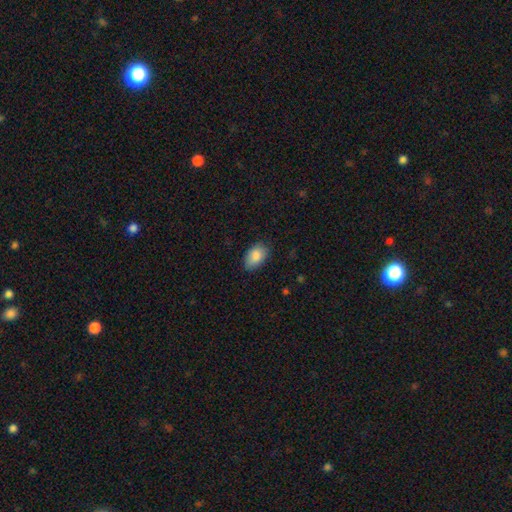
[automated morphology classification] This appears to be a smooth galaxy with no disk features (88%) that is in between round and cigar-shaped (91%). Merging: none (83%).